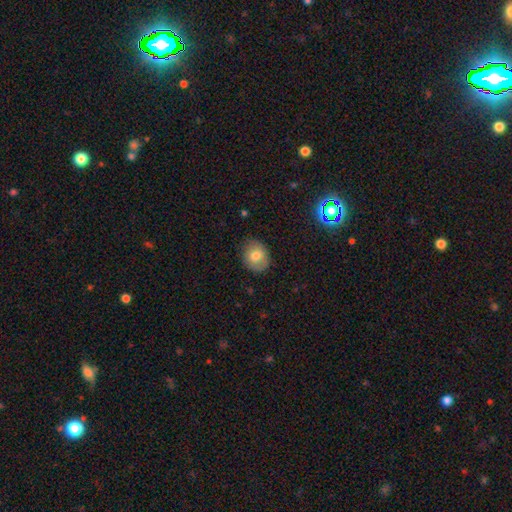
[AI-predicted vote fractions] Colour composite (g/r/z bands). It shows a smooth galaxy with no disk features (77%) that is round (57%). Merging: none (80%).